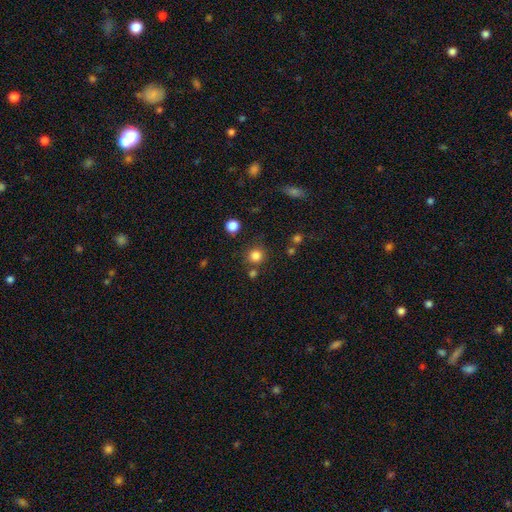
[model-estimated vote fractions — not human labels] This is clearly a smooth galaxy (82%). How rounded: clearly round (92%). Merging: likely none (79%).